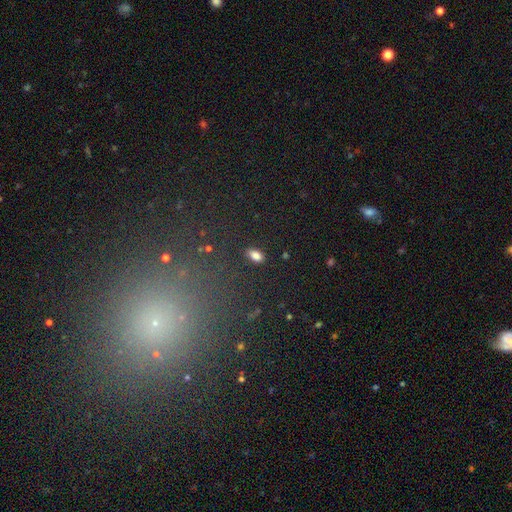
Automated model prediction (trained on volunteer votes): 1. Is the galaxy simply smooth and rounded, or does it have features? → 82% smooth, 12% star or artifact, 6% featured or disk.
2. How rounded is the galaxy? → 92% in between, 5% round, 3% cigar-shaped.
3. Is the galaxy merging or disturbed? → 87% none, 8% minor disturbance, 3% major disturbance, 2% merger.